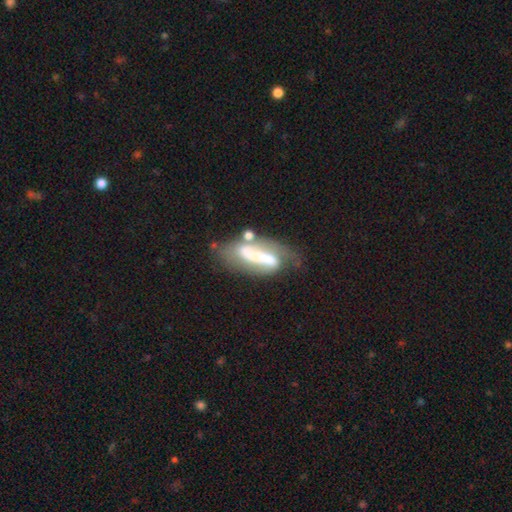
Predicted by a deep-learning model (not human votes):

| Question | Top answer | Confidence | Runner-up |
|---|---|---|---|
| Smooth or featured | featured or disk | 61% | smooth (31%) |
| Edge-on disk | no | 83% | yes (17%) |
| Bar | strong | 58% | no (25%) |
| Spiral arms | yes | 60% | no (40%) |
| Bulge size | small | 27% | moderate (25%) |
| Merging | none | 36% | minor disturbance (22%) |